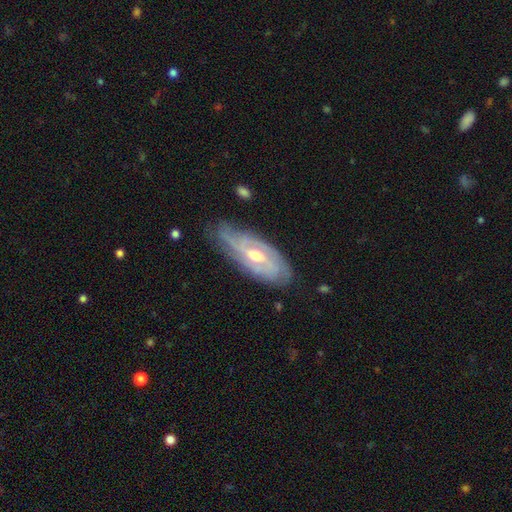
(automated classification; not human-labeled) Smooth or featured? featured or disk (84%)
Edge-on disk? no (90%)
Bar? weak (44%)
Spiral arms? yes (94%)
Spiral winding? tight (58%)
Spiral arm count? can't tell (33%)
Bulge size? moderate (70%)
Merging? none (72%)